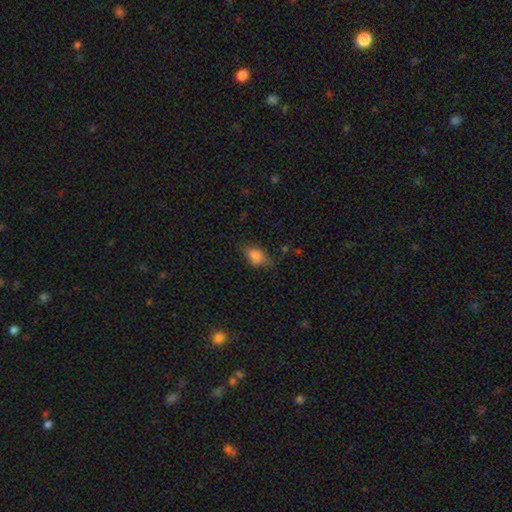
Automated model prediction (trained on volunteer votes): This is clearly a smooth galaxy (80%). How rounded: clearly in between (81%). Merging: likely none (63%).